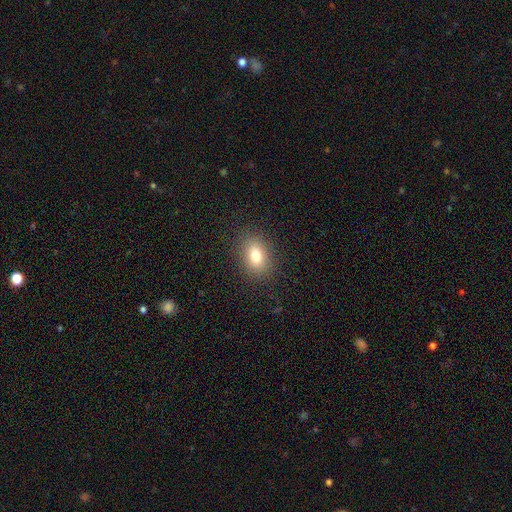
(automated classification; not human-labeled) This is likely a smooth galaxy (78%). How rounded: likely in between (71%). Merging: clearly none (88%).